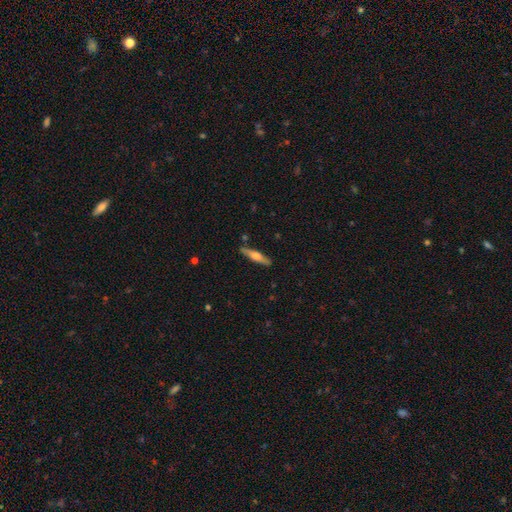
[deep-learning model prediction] The model was most divided on "smooth or featured": featured or disk: 52%, smooth: 42%, star or artifact: 6%. More confident: edge-on disk — yes (95%); merging — none (86%).